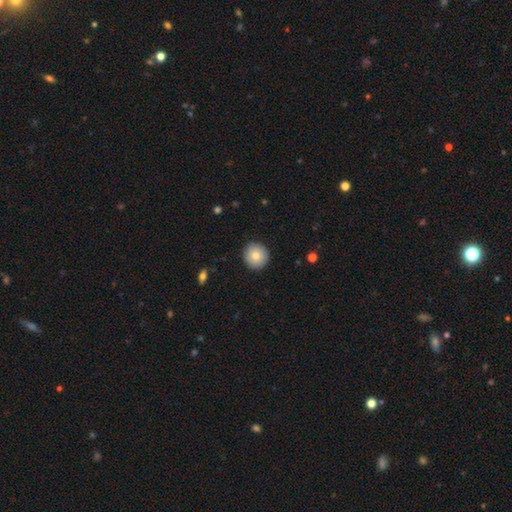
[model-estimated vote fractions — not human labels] The model was most divided on "smooth or featured": smooth: 79%, featured or disk: 13%, star or artifact: 8%. More confident: how rounded — round (94%); merging — none (91%).